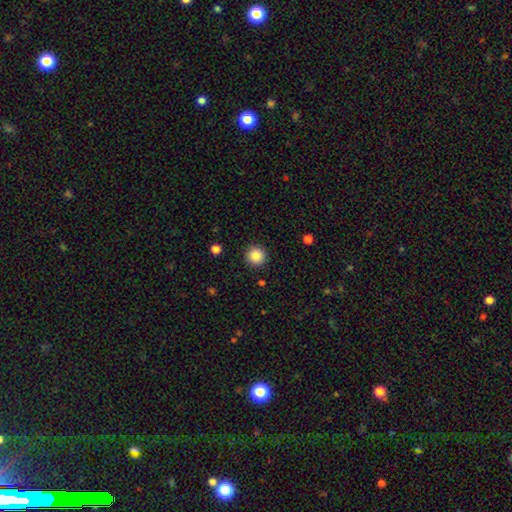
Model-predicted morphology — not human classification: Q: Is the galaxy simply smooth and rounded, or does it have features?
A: smooth — 87%.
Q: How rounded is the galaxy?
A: round — 96%.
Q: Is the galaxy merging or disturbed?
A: none — 92%.